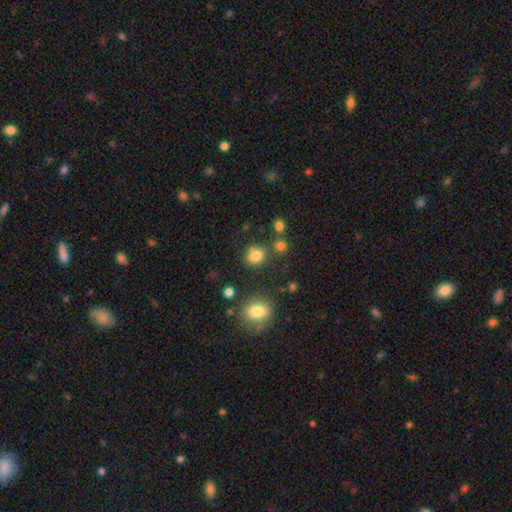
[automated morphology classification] type=smooth (81%); roundness=round (66%); merging=none (75%).